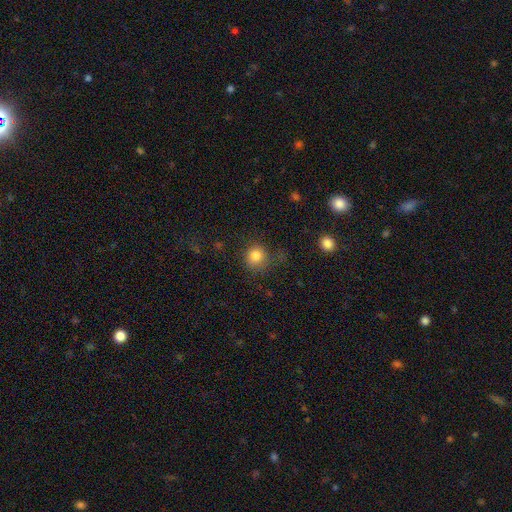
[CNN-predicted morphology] Smooth or featured? smooth (83%)
How rounded? round (89%)
Merging? none (68%)